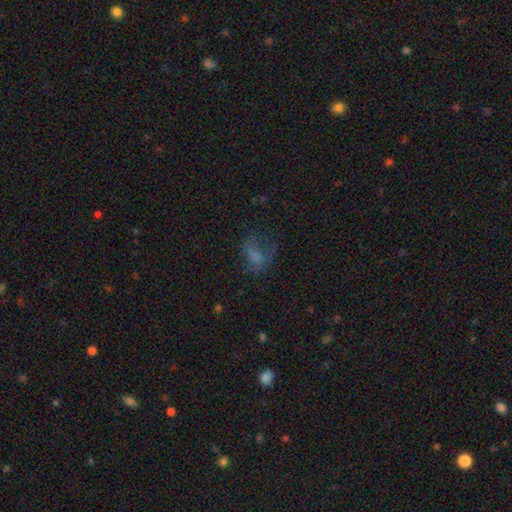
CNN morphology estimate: type=smooth (51%); roundness=in between (73%); merging=major disturbance (39%).